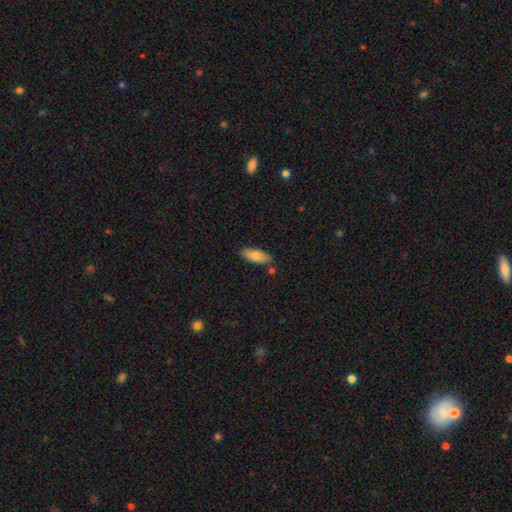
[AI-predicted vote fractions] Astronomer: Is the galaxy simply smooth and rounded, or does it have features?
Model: smooth — 77%.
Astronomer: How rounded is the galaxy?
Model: in between — 75%.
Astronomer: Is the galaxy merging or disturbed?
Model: none — 79%.